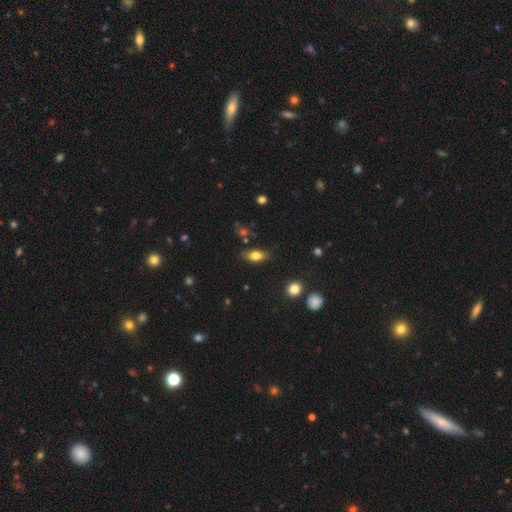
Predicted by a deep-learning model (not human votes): Morphology: type=smooth (77%); roundness=in between (85%); merging=none (75%).